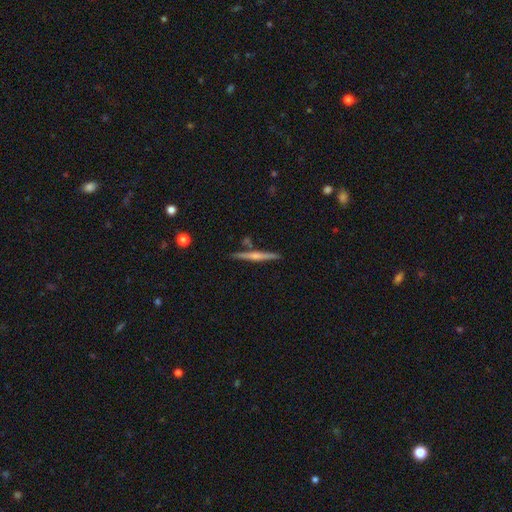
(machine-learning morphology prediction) The model was most divided on "smooth or featured": featured or disk: 59%, smooth: 35%, star or artifact: 6%. More confident: edge-on disk — yes (98%); merging — none (84%); edge-on bulge — rounded (67%).